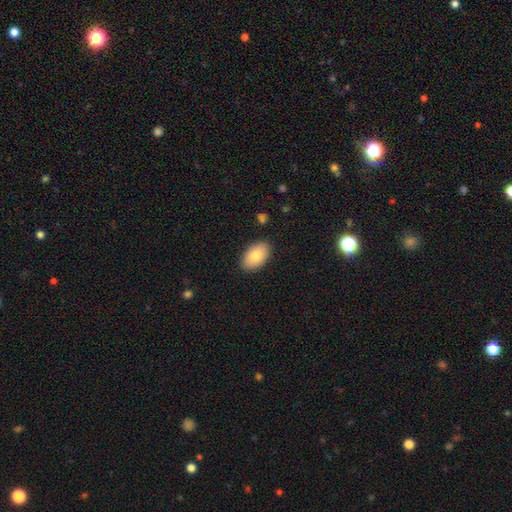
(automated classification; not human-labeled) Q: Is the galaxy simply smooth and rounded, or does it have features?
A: smooth — 82%.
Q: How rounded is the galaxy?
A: in between — 94%.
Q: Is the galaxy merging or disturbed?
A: none — 88%.